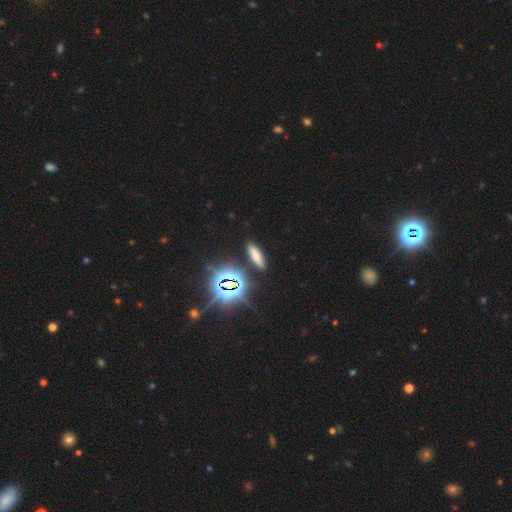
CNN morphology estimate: Q: Smooth or featured?
A: smooth (59%); runner-up: star or artifact (30%)
Q: How rounded?
A: cigar-shaped (64%); runner-up: in between (30%)
Q: Merging?
A: none (87%); runner-up: minor disturbance (8%)